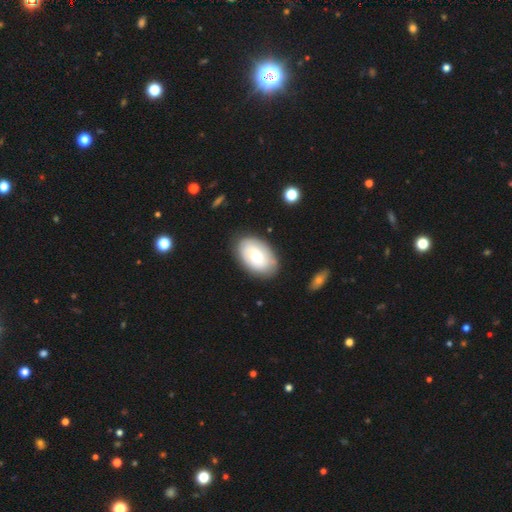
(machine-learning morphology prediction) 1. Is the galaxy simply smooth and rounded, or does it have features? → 68% smooth, 26% featured or disk, 6% star or artifact.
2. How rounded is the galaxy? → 91% in between, 8% round, 1% cigar-shaped.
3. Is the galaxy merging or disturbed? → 82% none, 13% minor disturbance, 3% major disturbance, 2% merger.